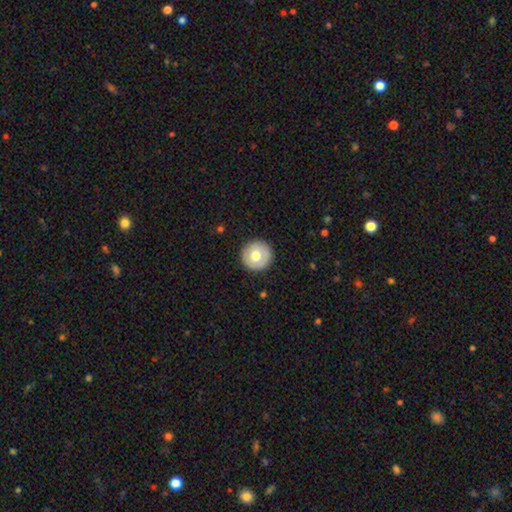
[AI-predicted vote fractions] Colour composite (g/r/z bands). It shows a smooth galaxy with no disk features (66%) that is round (95%). Merging: none (90%).